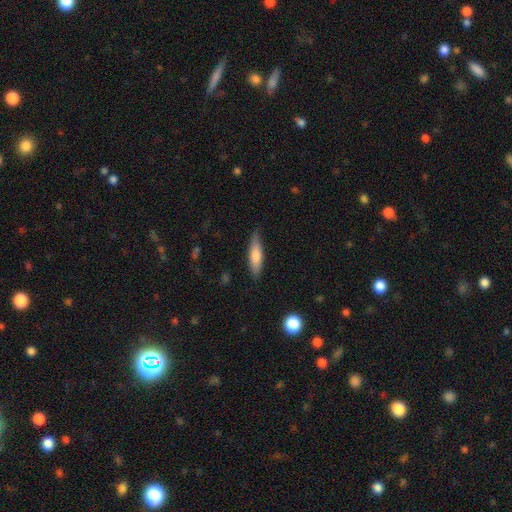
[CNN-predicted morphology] This appears to be a smooth galaxy with no disk features (72%) that is cigar-shaped (68%). Merging: none (79%).